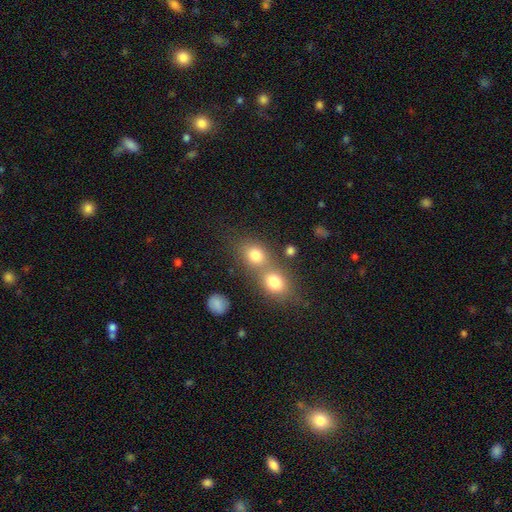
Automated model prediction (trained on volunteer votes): Smooth or featured? smooth (77%)
How rounded? round (58%)
Merging? merger (54%)